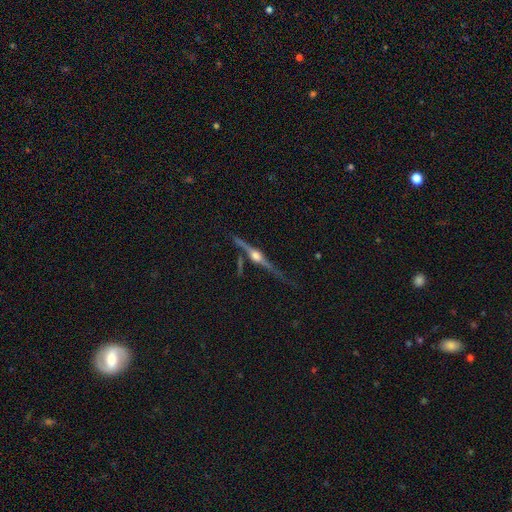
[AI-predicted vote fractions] Smooth or featured? Predicted: featured or disk (p=0.86). Edge-on disk? Predicted: yes (p=0.97). Edge-on bulge? Predicted: rounded (p=0.94). Merging? Predicted: none (p=0.72).